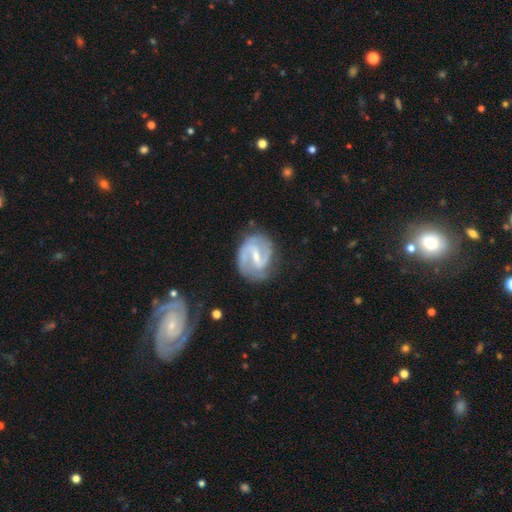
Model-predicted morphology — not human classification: smooth-or-featured: featured or disk: 87% | smooth: 8% | star or artifact: 5%
  disk-edge-on: no: 98% | yes: 2%
    bar: weak: 49% | strong: 40% | no: 11%
    has-spiral-arms: yes: 96% | no: 4%
      spiral-winding: medium: 54% | tight: 24% | loose: 21%
      spiral-arm-count: 2: 88% | can't tell: 5% | 3: 3% | 1: 2% | 4: 1% | more than 4: 1%
    bulge-size: small: 58% | moderate: 33% | none: 6% | large: 2% | dominant: 1%
  merging: none: 73% | minor disturbance: 18% | major disturbance: 7% | merger: 2%